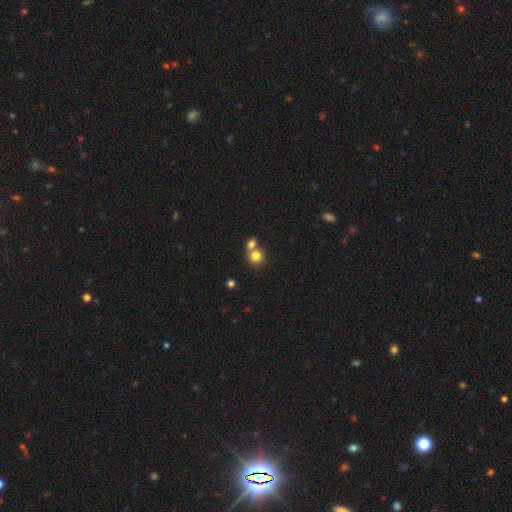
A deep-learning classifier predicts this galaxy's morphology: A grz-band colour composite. It shows a smooth galaxy with no disk features (80%) that is round (85%). Merging: merger (47%).